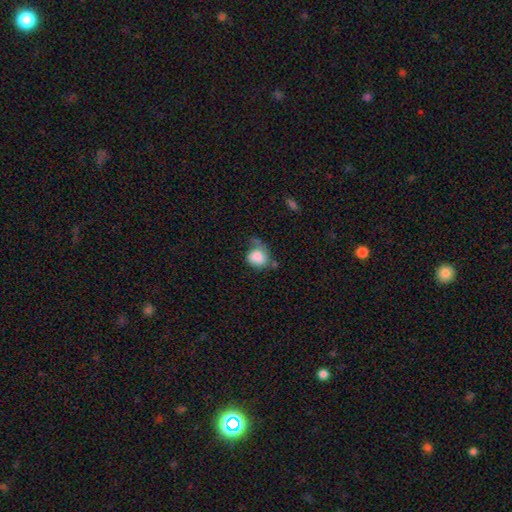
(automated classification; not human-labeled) Smooth or featured? smooth (81%)
How rounded? round (60%)
Merging? none (30%, tied with minor disturbance)